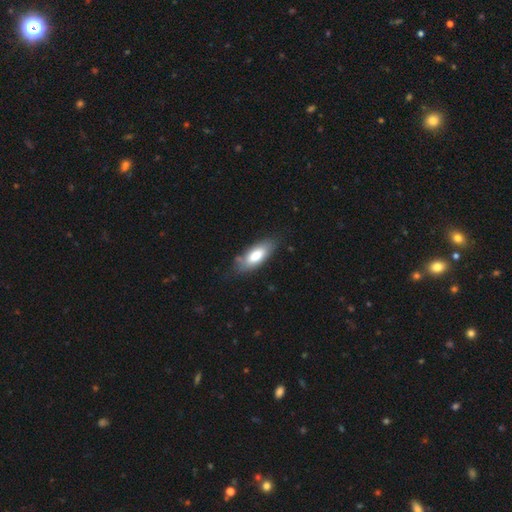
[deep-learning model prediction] Smooth or featured? smooth (74%)
How rounded? in between (78%)
Merging? none (73%)